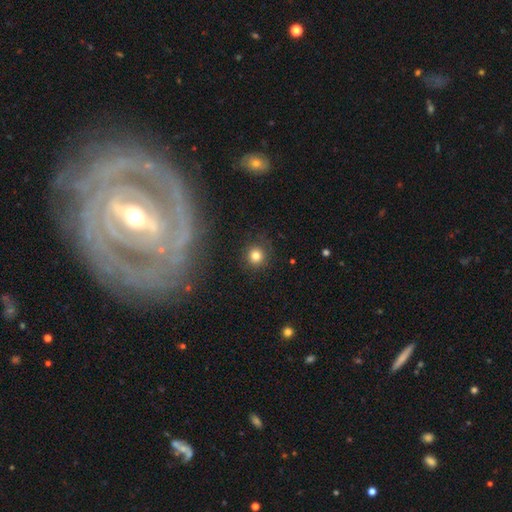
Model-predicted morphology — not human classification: smooth-or-featured: smooth: 80% | star or artifact: 13% | featured or disk: 7%
  how-rounded: round: 93% | in between: 6% | cigar-shaped: 1%
  merging: none: 89% | minor disturbance: 7% | major disturbance: 3% | merger: 2%